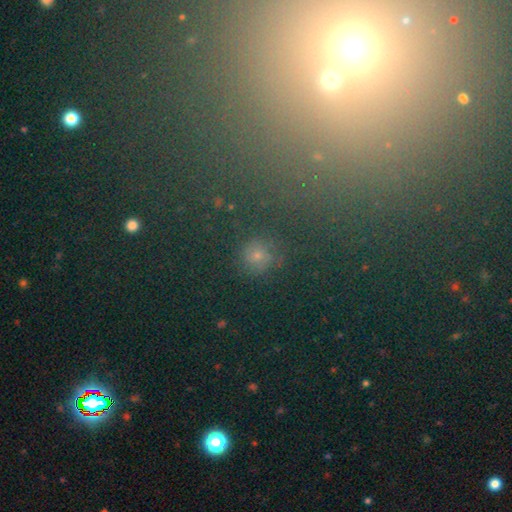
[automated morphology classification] Q: Smooth or featured?
A: smooth (52%); runner-up: star or artifact (40%)
Q: How rounded?
A: round (89%); runner-up: in between (10%)
Q: Merging?
A: none (88%); runner-up: minor disturbance (6%)